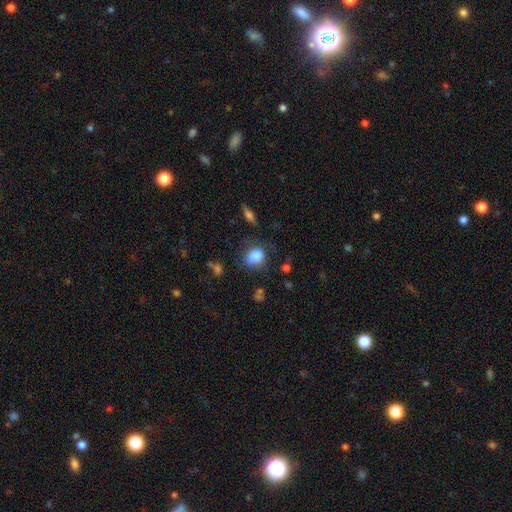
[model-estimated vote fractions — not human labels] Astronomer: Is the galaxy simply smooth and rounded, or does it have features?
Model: smooth — 83%.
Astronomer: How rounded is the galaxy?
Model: round — 54% (runner-up: in between, 45%).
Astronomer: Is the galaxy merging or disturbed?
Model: none — 65%.